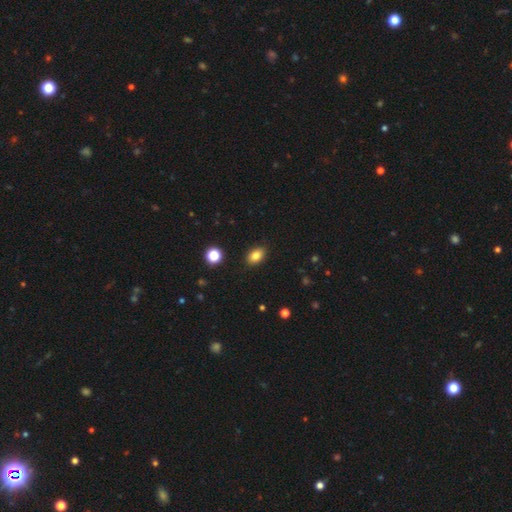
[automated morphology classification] Q: Smooth or featured?
A: smooth (84%); runner-up: star or artifact (10%)
Q: How rounded?
A: in between (82%); runner-up: round (17%)
Q: Merging?
A: none (89%); runner-up: minor disturbance (8%)